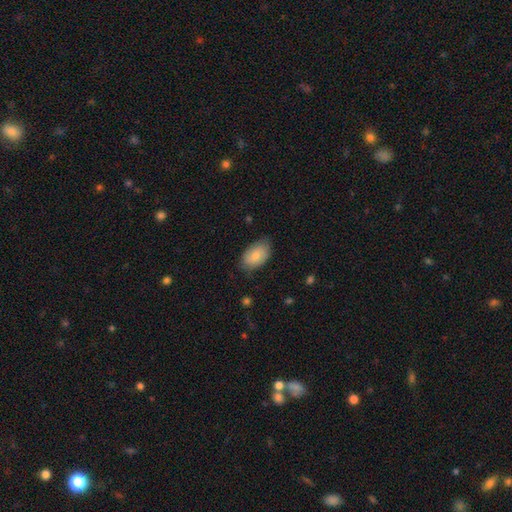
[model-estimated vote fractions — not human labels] This appears to be a smooth galaxy with no disk features (82%) that is in between round and cigar-shaped (93%). Merging: none (73%).